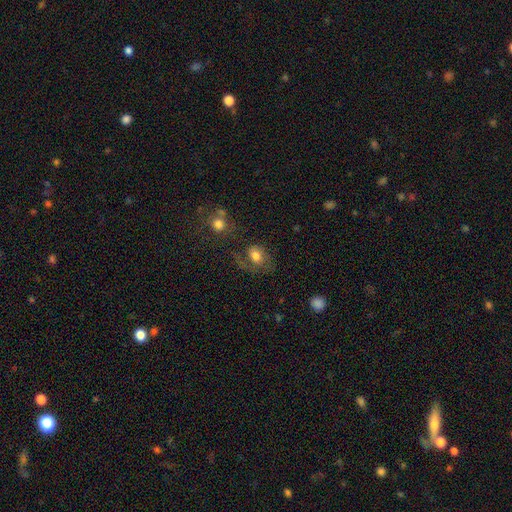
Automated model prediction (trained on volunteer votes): This appears to be a smooth galaxy with no disk features (66%) that is in between round and cigar-shaped (61%). Merging: none (40%).